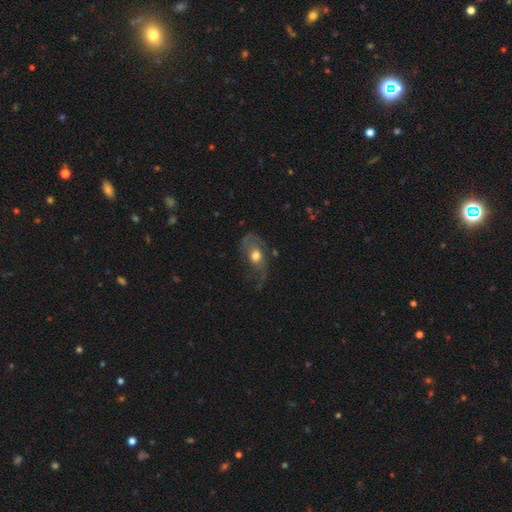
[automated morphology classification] Q: Smooth or featured?
A: featured or disk (58%); runner-up: smooth (34%)
Q: Edge-on disk?
A: no (92%); runner-up: yes (8%)
Q: Bar?
A: no (78%); runner-up: weak (18%)
Q: Spiral arms?
A: yes (71%); runner-up: no (29%)
Q: Bulge size?
A: moderate (64%); runner-up: large (25%)
Q: Merging?
A: none (42%); runner-up: major disturbance (31%)